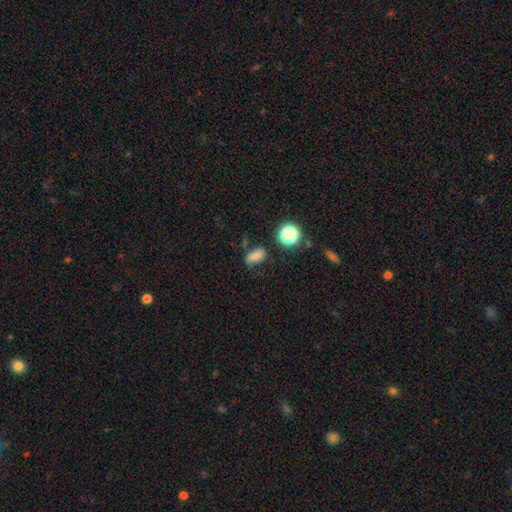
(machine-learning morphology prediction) This is likely a smooth galaxy (75%). How rounded: likely in between (78%). Merging: likely none (60%).